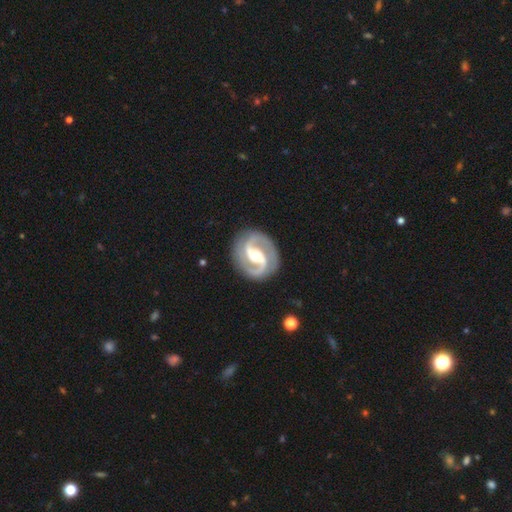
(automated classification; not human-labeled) Smooth or featured: featured or disk — 93% (smooth — 4%)
Edge-on disk: no — 98% (yes — 2%)
Bar: strong — 42% (weak — 38%)
Spiral arms: yes — 98% (no — 2%)
Spiral winding: medium — 58% (tight — 29%)
Spiral arm count: 2 — 94% (can't tell — 1%)
Bulge size: moderate — 72% (small — 17%)
Merging: none — 88% (minor disturbance — 8%)